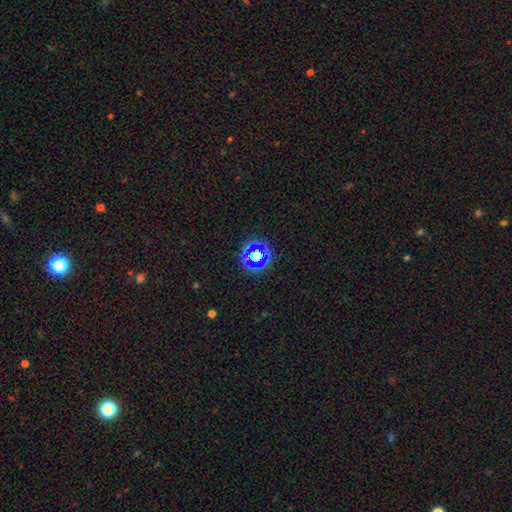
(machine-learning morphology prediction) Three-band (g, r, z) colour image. It shows a star or artifact, not a galaxy (56%).